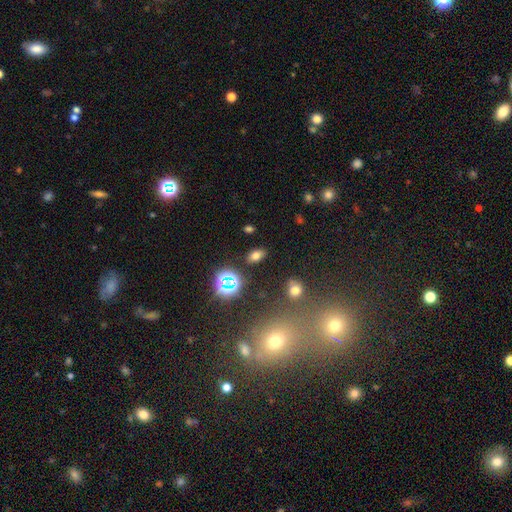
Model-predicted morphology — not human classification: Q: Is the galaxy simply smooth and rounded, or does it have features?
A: smooth — 68%.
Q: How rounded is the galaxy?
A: in between — 86%.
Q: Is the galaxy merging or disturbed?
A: none — 86%.